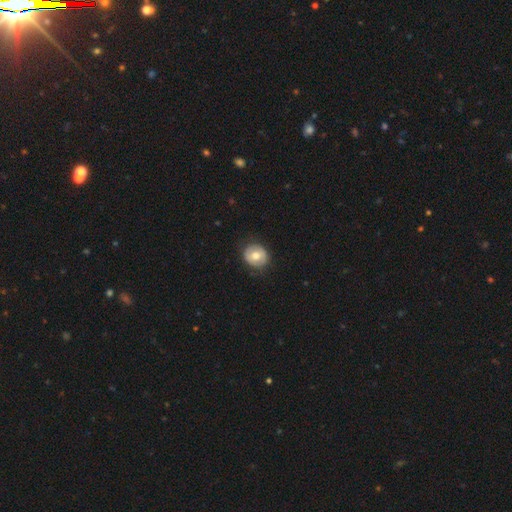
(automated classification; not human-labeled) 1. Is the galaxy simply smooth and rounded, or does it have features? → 64% smooth, 29% featured or disk, 7% star or artifact.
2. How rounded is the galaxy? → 77% round, 22% in between, 1% cigar-shaped.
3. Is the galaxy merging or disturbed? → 83% none, 13% minor disturbance, 4% major disturbance, 1% merger.